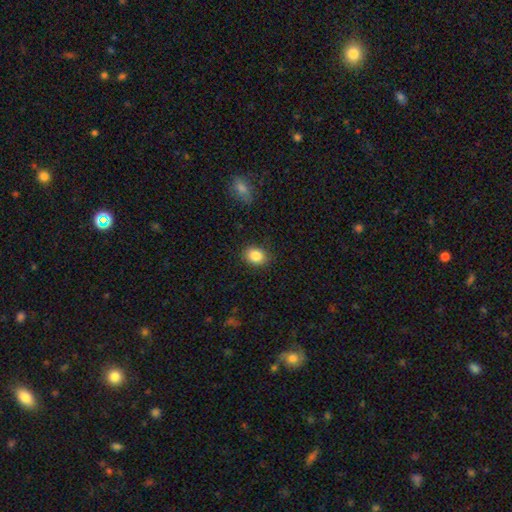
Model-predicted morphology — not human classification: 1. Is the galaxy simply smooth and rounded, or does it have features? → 86% smooth, 9% star or artifact, 5% featured or disk.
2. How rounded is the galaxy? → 53% in between, 46% round, 1% cigar-shaped.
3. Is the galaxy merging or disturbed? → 87% none, 10% minor disturbance, 3% major disturbance, 1% merger.